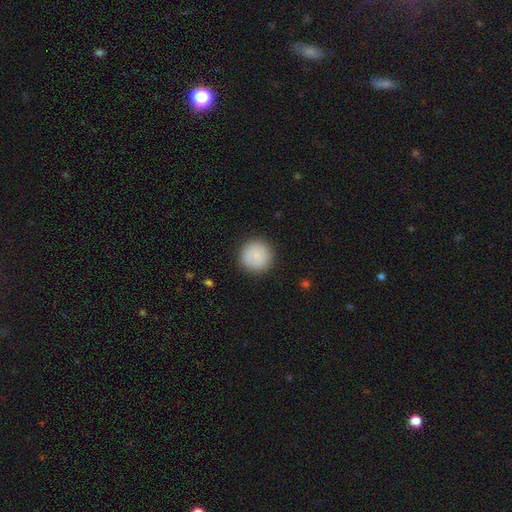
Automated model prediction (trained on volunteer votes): Smooth or featured? smooth (86%)
How rounded? round (96%)
Merging? none (90%)